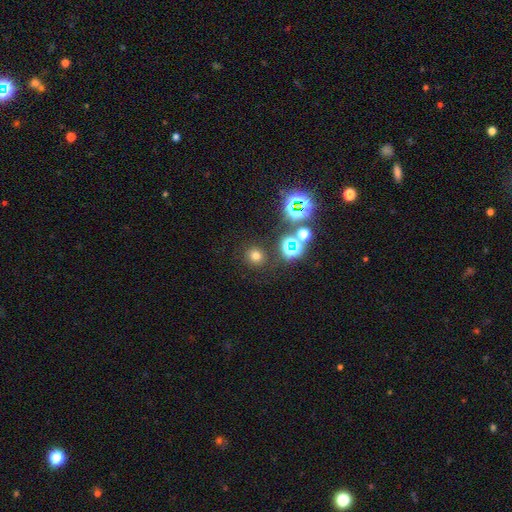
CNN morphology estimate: A smooth galaxy with no disk features (66%) that is round (90%). Merging: none (87%).